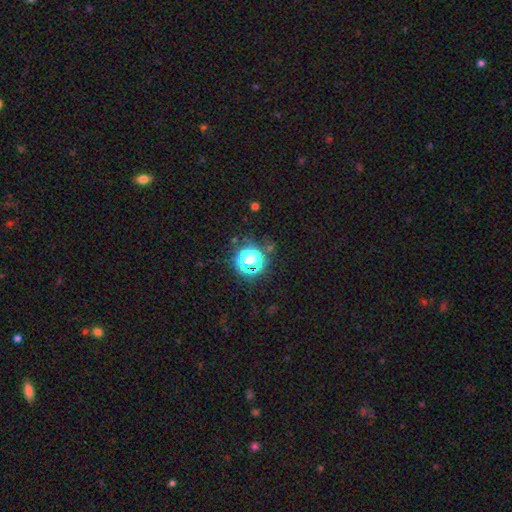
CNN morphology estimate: This is likely a star or artifact rather than a galaxy (76%).